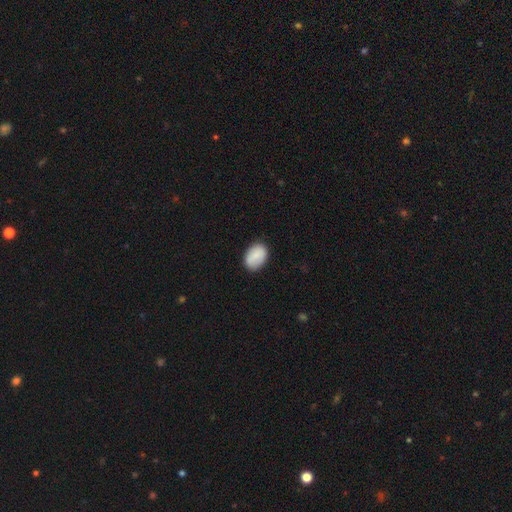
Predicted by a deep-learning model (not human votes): A smooth galaxy with no disk features (84%) that is in between round and cigar-shaped (81%). Merging: none (83%).